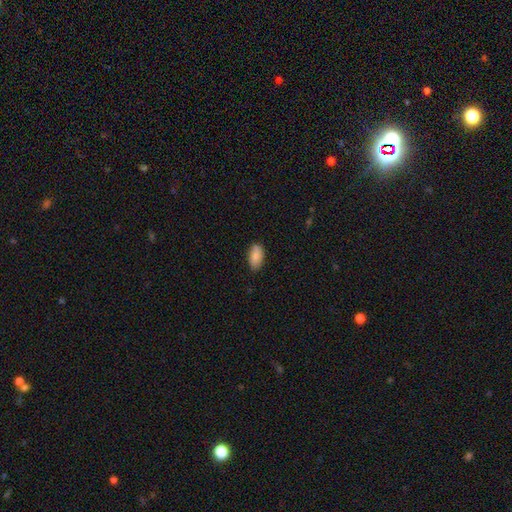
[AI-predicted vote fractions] A smooth galaxy with no disk features (85%) that is in between round and cigar-shaped (93%).

Vote fractions:
- Smooth or featured? smooth: 85% / featured or disk: 8% / star or artifact: 7%
- How rounded? in between: 93% / round: 3% / cigar-shaped: 3%
- Merging? none: 77% / minor disturbance: 18% / major disturbance: 3% / merger: 2%